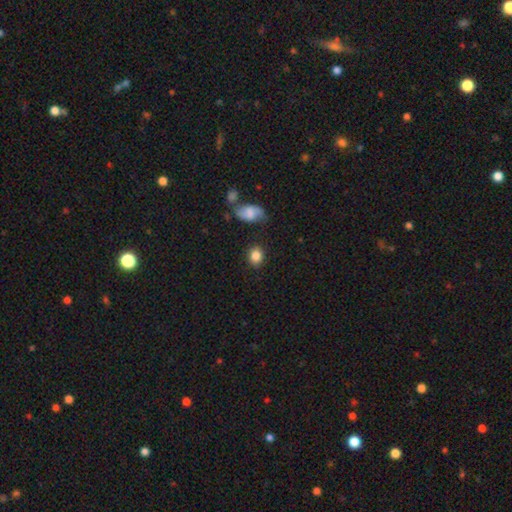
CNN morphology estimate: Smooth or featured? Predicted: smooth (p=0.84). How rounded? Predicted: round (p=0.61). Merging? Predicted: none (p=0.82).